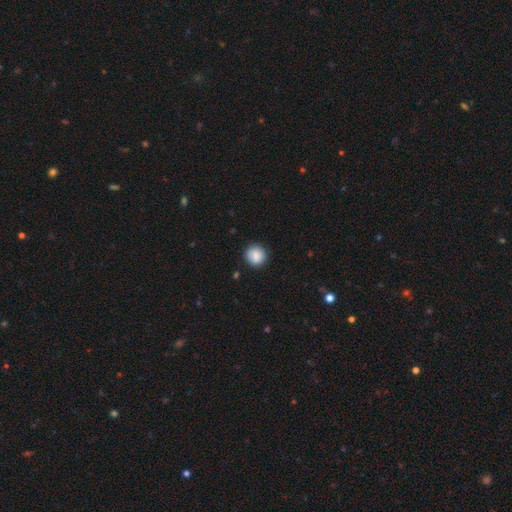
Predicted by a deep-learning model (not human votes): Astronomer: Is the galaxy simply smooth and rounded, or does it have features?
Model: smooth — 85%.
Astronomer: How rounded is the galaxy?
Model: round — 92%.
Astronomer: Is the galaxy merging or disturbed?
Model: none — 87%.